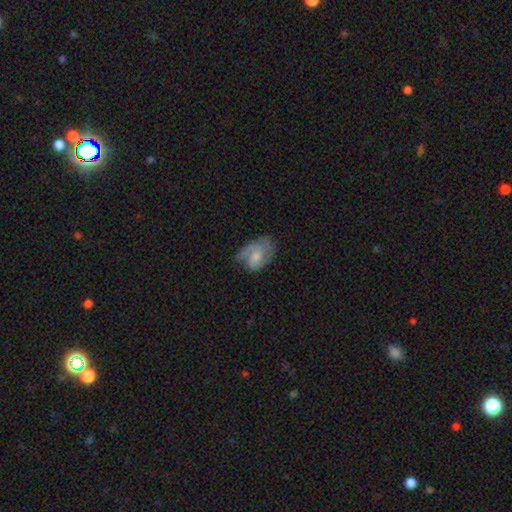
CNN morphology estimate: A featured or disk galaxy (72%) with no bar (49%), 2 (61%) medium (47%) spiral arms (92%) and a small central bulge (44%). Merging: none (58%).